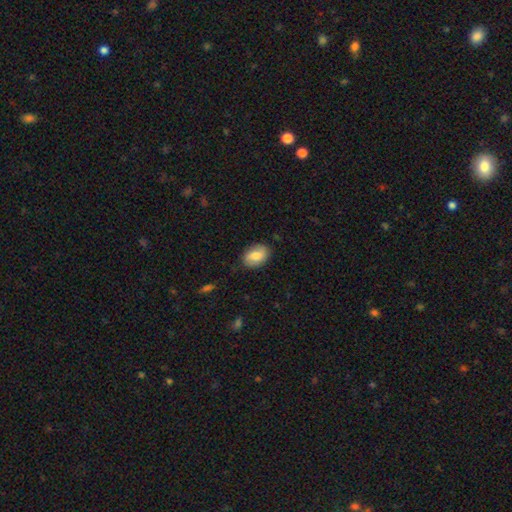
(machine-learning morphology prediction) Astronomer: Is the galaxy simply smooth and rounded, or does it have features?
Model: smooth — 78%.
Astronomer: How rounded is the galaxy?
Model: in between — 81%.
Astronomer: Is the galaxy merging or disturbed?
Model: none — 83%.